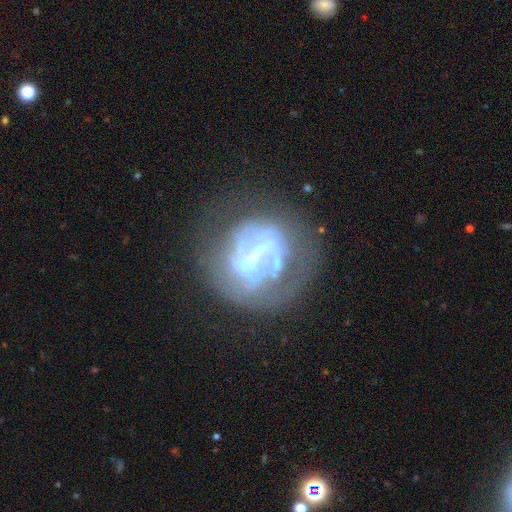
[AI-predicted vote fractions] Smooth or featured? featured or disk (73%)
Edge-on disk? no (97%)
Bar? strong (35%)
Spiral arms? yes (61%)
Bulge size? none (53%)
Merging? none (51%)